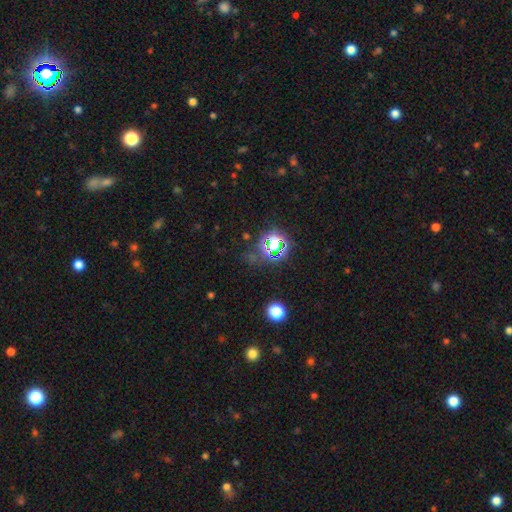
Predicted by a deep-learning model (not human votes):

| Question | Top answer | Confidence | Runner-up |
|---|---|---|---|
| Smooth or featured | star or artifact | 71% | smooth (21%) |